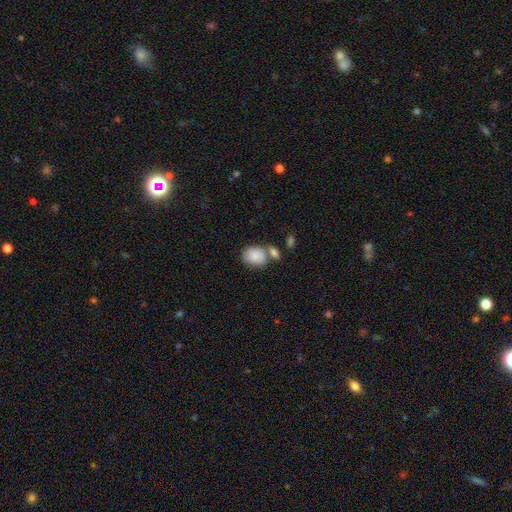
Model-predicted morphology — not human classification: The model was most divided on "merging": none: 48%, merger: 30%, minor disturbance: 16%, major disturbance: 5%. More confident: smooth or featured — smooth (85%); how rounded — in between (63%).